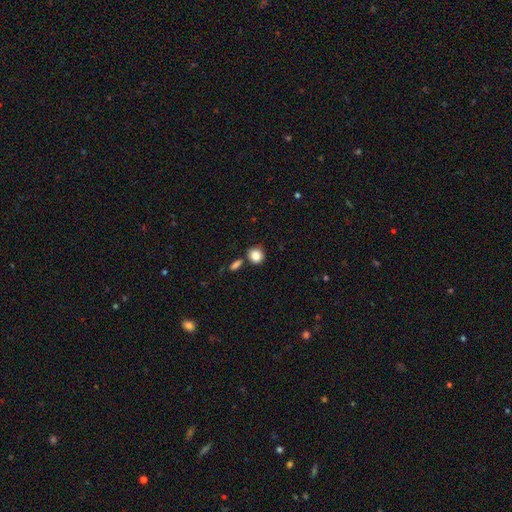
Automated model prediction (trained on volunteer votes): A smooth galaxy with no disk features (86%) that is round (83%). Merging: none (75%).